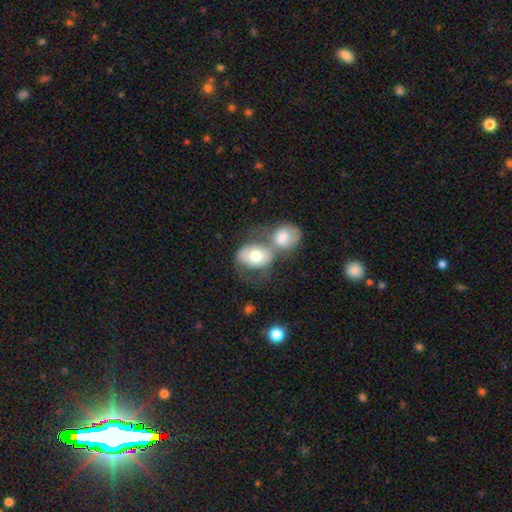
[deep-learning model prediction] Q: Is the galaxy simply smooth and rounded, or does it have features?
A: smooth — 58%.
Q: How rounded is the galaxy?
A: in between — 59%.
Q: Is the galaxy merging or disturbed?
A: merger — 57%.